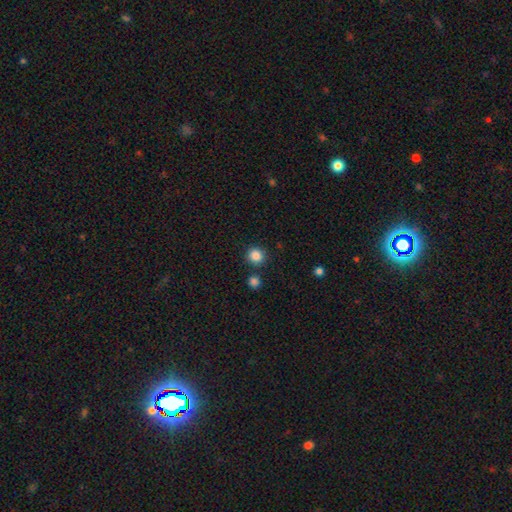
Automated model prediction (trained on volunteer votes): A smooth galaxy with no disk features (86%) that is round (92%). Merging: none (85%).